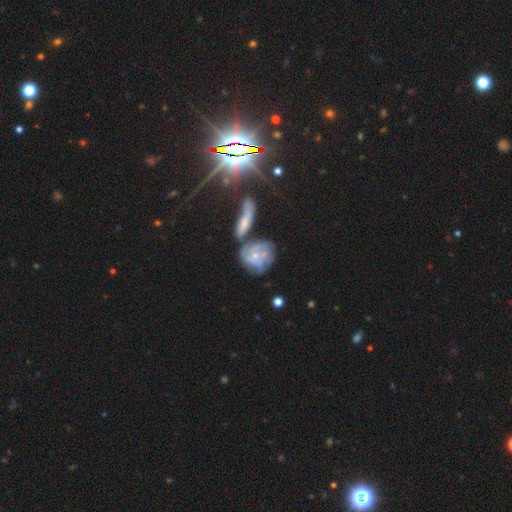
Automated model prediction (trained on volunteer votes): This appears to be a featured or disk galaxy (67%) with no bar (78%), spiral arms (72%) and a small central bulge (68%). Merging: none (38%).